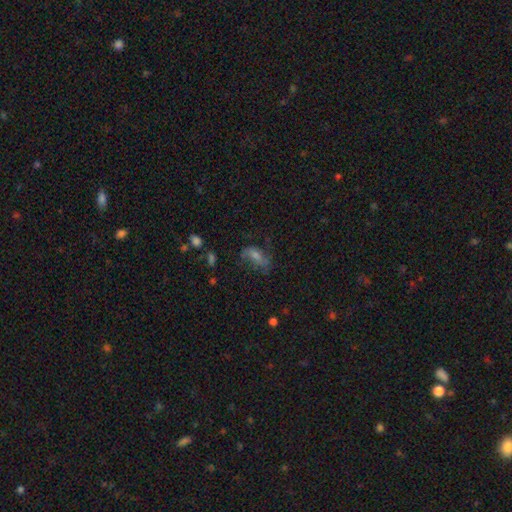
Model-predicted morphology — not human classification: Smooth or featured: smooth — 41% (featured or disk — 40%)
Merging: none — 52% (minor disturbance — 24%)